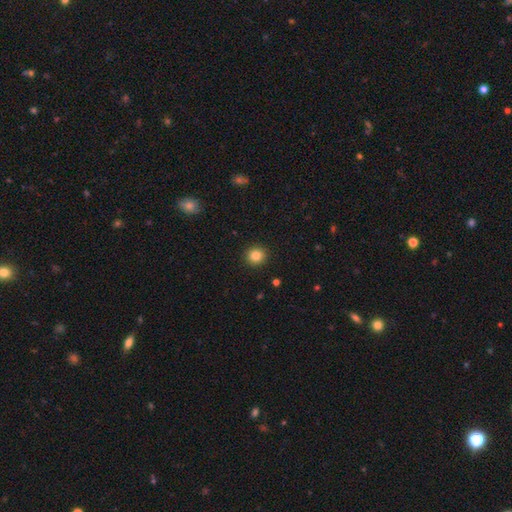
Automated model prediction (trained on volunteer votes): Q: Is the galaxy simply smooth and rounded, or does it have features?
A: smooth — 83%.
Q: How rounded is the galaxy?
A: round — 91%.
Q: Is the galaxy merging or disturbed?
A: none — 92%.